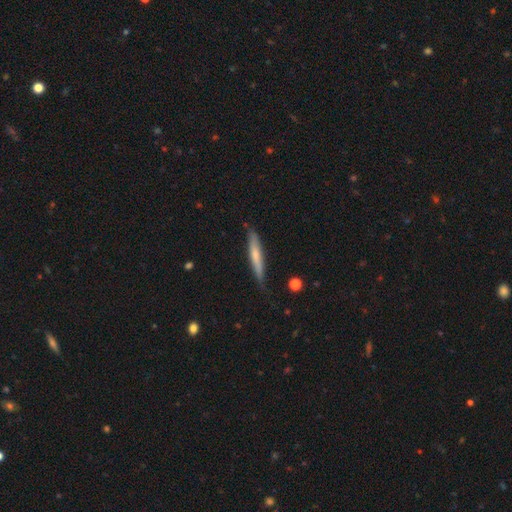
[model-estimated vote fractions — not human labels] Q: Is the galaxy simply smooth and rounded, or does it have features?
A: smooth — 57%.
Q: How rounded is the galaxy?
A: cigar-shaped — 93%.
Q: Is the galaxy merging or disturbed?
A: none — 79%.